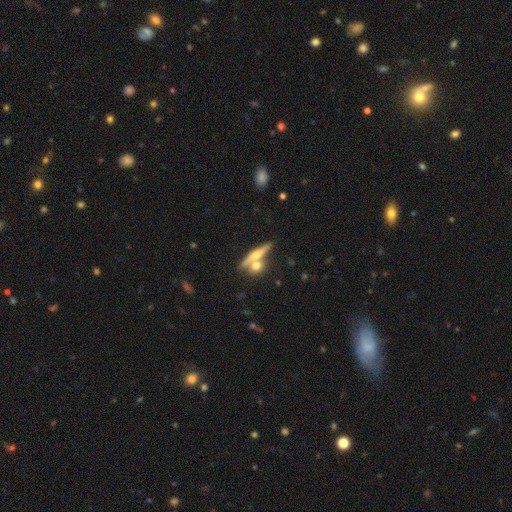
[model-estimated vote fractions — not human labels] The model was most divided on "smooth or featured": featured or disk: 57%, smooth: 36%, star or artifact: 8%. More confident: edge-on disk — yes (90%); edge-on bulge — rounded (88%); merging — none (57%).